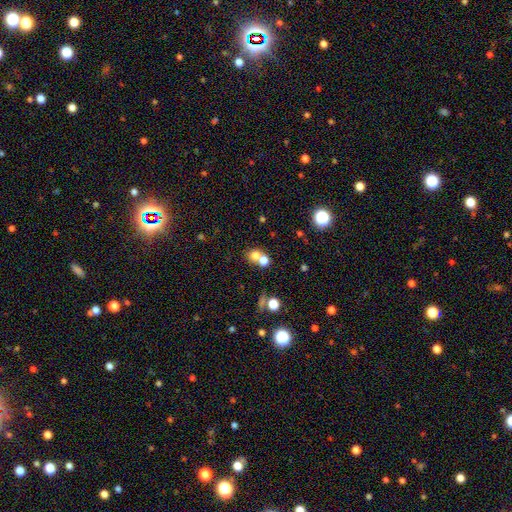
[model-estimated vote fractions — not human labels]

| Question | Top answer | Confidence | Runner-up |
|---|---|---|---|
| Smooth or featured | smooth | 71% | star or artifact (16%) |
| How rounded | round | 74% | in between (25%) |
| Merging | merger | 47% | none (43%) |